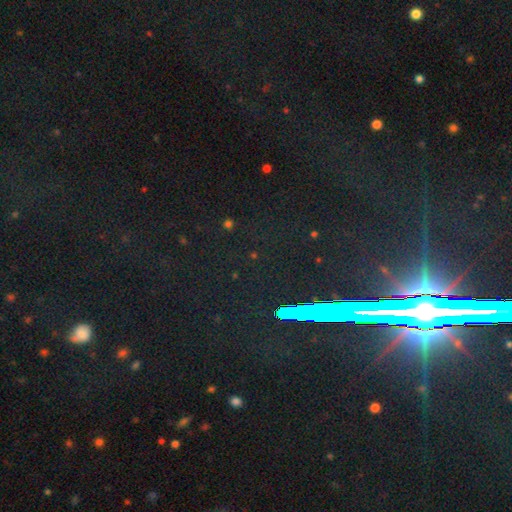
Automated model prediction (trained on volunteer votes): Q: Smooth or featured?
A: star or artifact (82%); runner-up: featured or disk (9%)